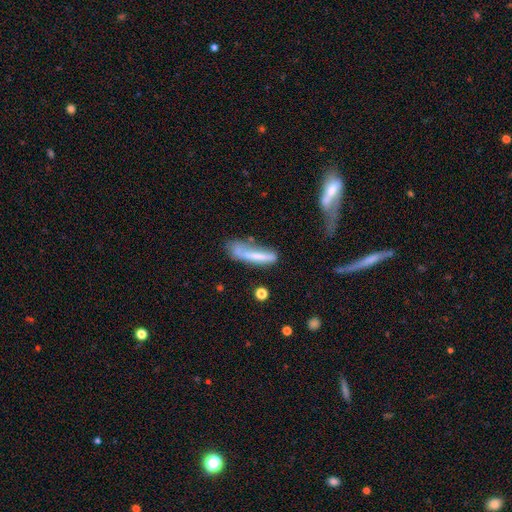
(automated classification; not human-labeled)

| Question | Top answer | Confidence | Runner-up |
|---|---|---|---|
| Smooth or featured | smooth | 55% | featured or disk (37%) |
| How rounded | cigar-shaped | 80% | in between (18%) |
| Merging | none | 34% | minor disturbance (27%) |